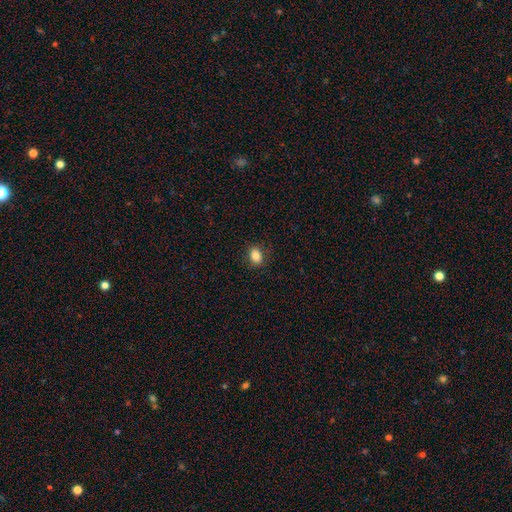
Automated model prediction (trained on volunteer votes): Smooth or featured?
  - smooth: 83% *
  - star or artifact: 10%
  - featured or disk: 7%
How rounded?
  - in between: 70% *
  - round: 29%
  - cigar-shaped: 1%
Merging?
  - none: 87% *
  - minor disturbance: 10%
  - major disturbance: 3%
  - merger: 1%